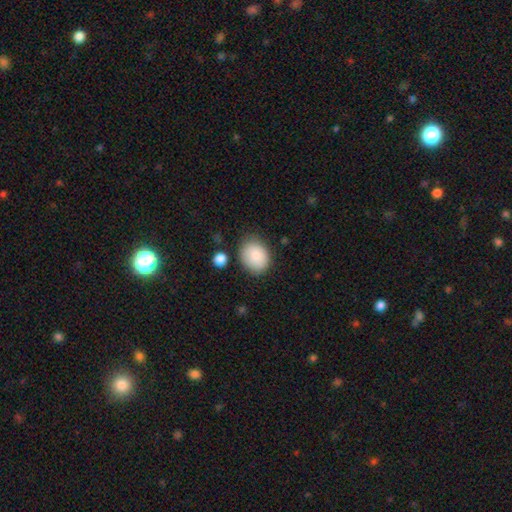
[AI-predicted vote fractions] Smooth or featured: smooth — 86% (star or artifact — 7%)
How rounded: in between — 59% (round — 40%)
Merging: none — 76% (minor disturbance — 16%)